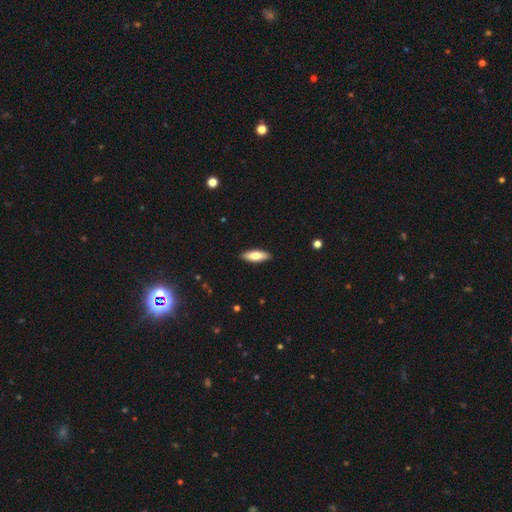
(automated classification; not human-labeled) Smooth or featured: smooth — 78% (featured or disk — 17%)
How rounded: in between — 60% (cigar-shaped — 38%)
Merging: none — 89% (minor disturbance — 8%)